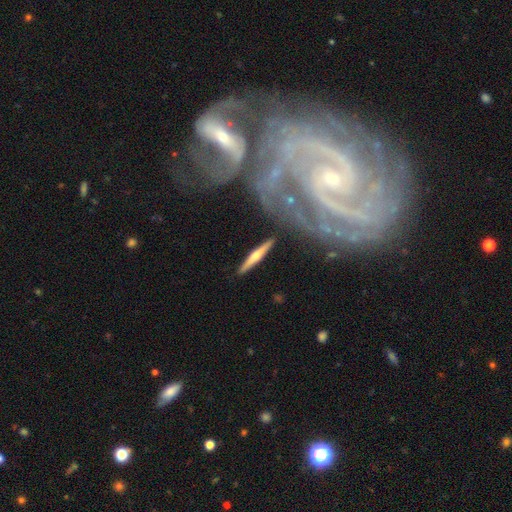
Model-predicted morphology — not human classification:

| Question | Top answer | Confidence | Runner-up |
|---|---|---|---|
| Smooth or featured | featured or disk | 55% | smooth (40%) |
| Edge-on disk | yes | 94% | no (6%) |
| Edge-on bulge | rounded | 75% | none (20%) |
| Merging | none | 87% | minor disturbance (8%) |